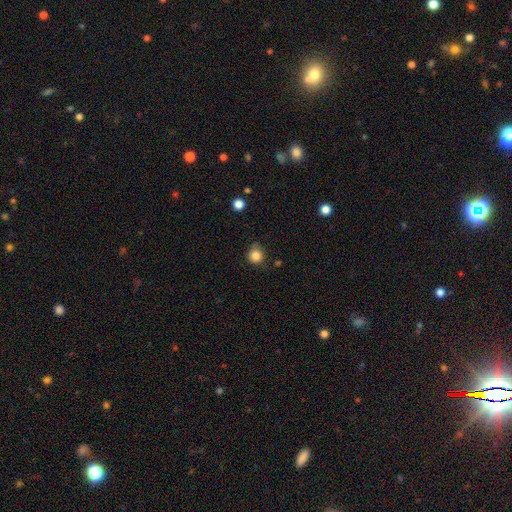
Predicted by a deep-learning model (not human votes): A smooth galaxy with no disk features (84%) that is round (91%).

Vote fractions:
- Smooth or featured? smooth: 84% / star or artifact: 11% / featured or disk: 5%
- How rounded? round: 91% / in between: 8% / cigar-shaped: 1%
- Merging? none: 75% / minor disturbance: 19% / major disturbance: 4% / merger: 2%